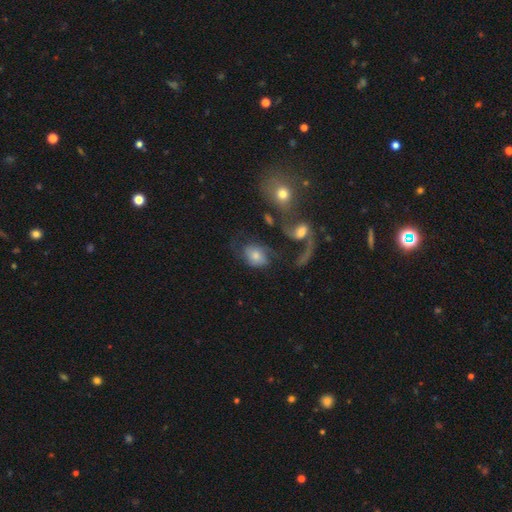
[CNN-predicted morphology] Smooth or featured? Predicted: featured or disk (p=0.46, tied with smooth). Merging? Predicted: none (p=0.31).